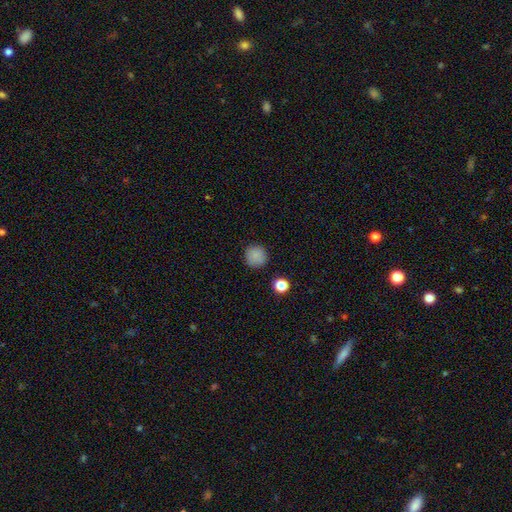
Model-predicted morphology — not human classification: Overall: smooth (84%). How rounded: round (94%). Merging: none (88%).